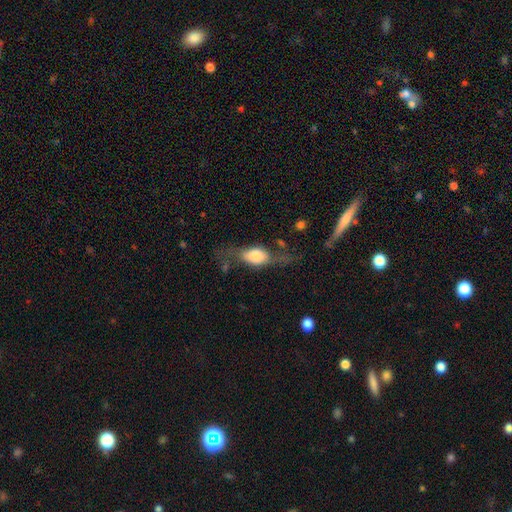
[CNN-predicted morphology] Smooth or featured?
  - smooth: 55% *
  - featured or disk: 38%
  - star or artifact: 7%
How rounded?
  - in between: 75% *
  - cigar-shaped: 14%
  - round: 11%
Merging?
  - none: 50% *
  - minor disturbance: 24%
  - major disturbance: 22%
  - merger: 4%